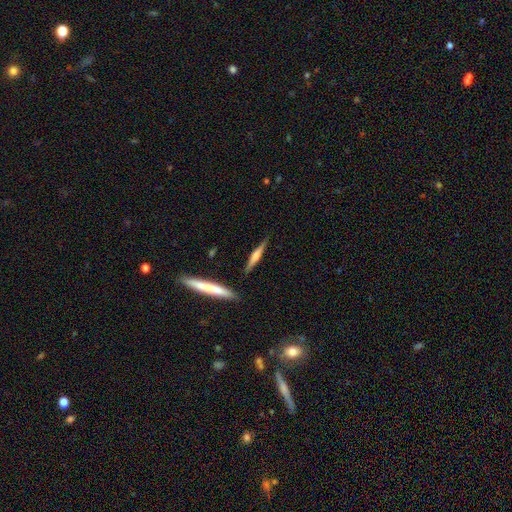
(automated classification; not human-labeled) This appears to be a featured or disk galaxy (53%) viewed edge-on (96%) with a rounded central bulge (57%). Merging: none (85%).